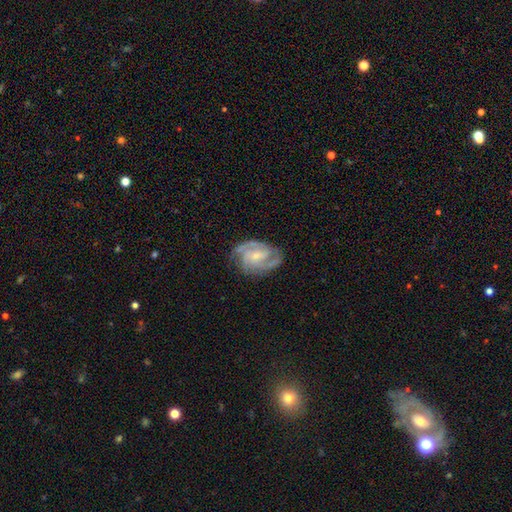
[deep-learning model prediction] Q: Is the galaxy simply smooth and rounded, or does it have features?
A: featured or disk — 89%.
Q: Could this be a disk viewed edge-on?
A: no — 98%.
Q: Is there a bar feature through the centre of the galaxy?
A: no — 49%.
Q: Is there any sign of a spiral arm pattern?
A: yes — 98%.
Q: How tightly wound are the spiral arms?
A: tight — 48%.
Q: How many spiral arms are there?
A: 2 — 41%.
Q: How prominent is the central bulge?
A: small — 70%.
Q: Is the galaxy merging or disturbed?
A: none — 76%.